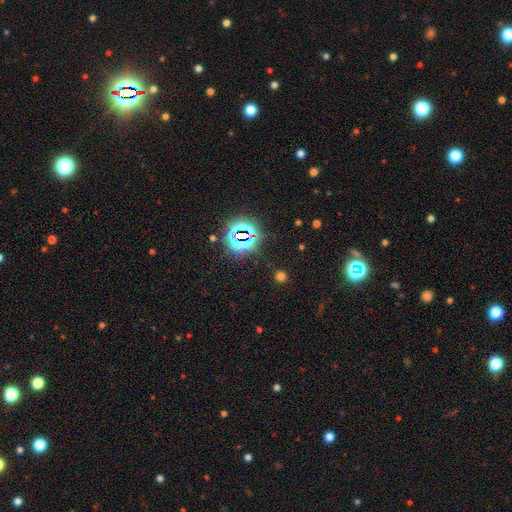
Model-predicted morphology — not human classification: smooth-or-featured: star or artifact: 82% | smooth: 12% | featured or disk: 7%